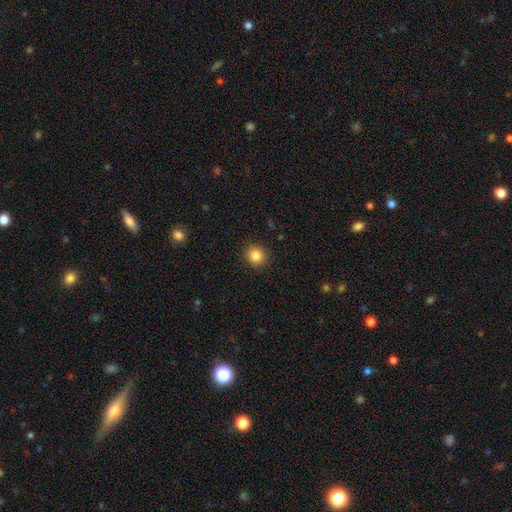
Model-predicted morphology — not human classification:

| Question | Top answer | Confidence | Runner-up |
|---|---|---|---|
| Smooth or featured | smooth | 85% | star or artifact (10%) |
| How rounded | round | 89% | in between (10%) |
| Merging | none | 90% | minor disturbance (7%) |